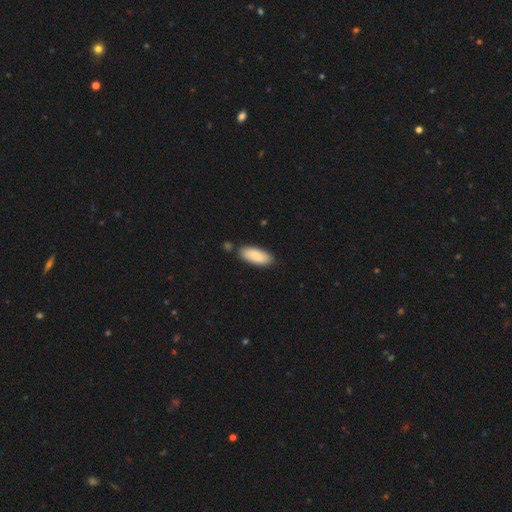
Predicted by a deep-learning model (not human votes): Overall: smooth (87%). How rounded: in between (79%). Merging: none (80%).